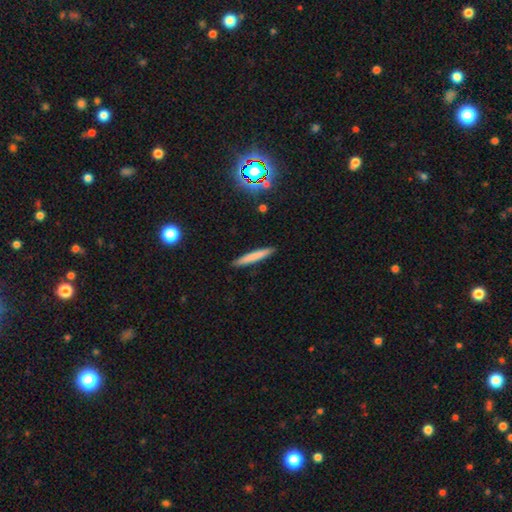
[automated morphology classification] A smooth galaxy with no disk features (76%) that is cigar-shaped (94%).

Vote fractions:
- Smooth or featured? smooth: 76% / featured or disk: 17% / star or artifact: 7%
- How rounded? cigar-shaped: 94% / in between: 4% / round: 1%
- Merging? none: 91% / minor disturbance: 6% / major disturbance: 1% / merger: 1%